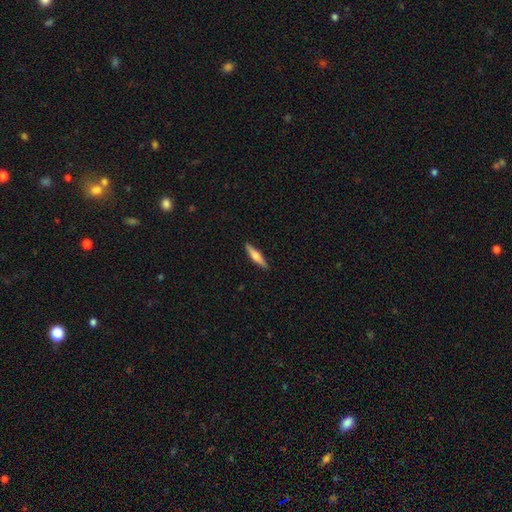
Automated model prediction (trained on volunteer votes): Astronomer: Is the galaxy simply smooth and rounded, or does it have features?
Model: smooth — 49% (runner-up: featured or disk, 46%).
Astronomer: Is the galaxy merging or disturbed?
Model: none — 90%.